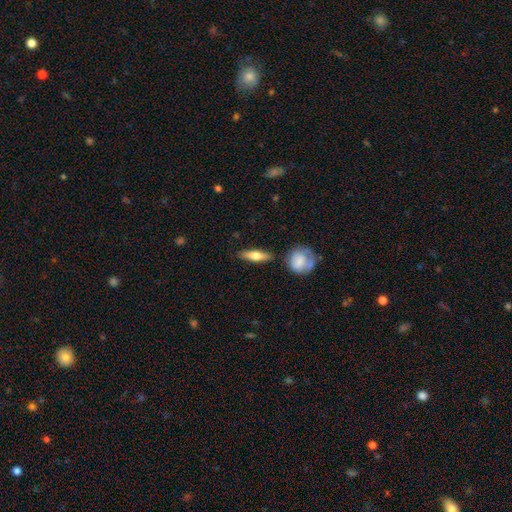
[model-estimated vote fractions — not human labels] Morphology: type=smooth (59%); roundness=cigar-shaped (56%); merging=none (82%).